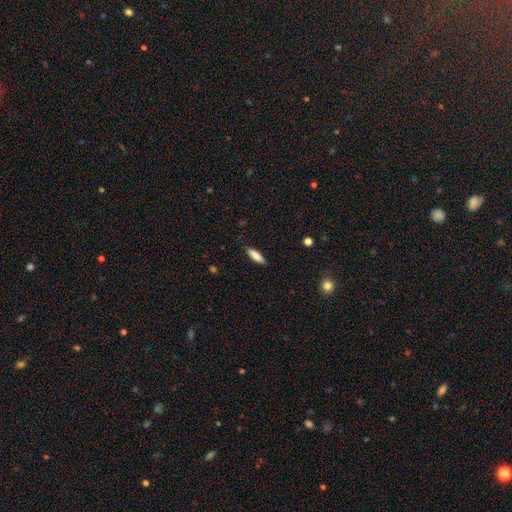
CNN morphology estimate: Smooth or featured?
  - smooth: 80% *
  - featured or disk: 13%
  - star or artifact: 6%
How rounded?
  - cigar-shaped: 58% *
  - in between: 41%
  - round: 2%
Merging?
  - none: 87% *
  - minor disturbance: 9%
  - major disturbance: 2%
  - merger: 1%